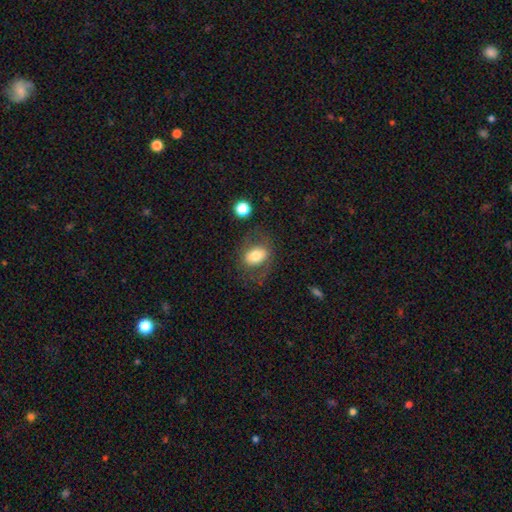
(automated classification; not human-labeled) This appears to be a smooth galaxy with no disk features (66%) that is in between round and cigar-shaped (74%). Merging: none (65%).